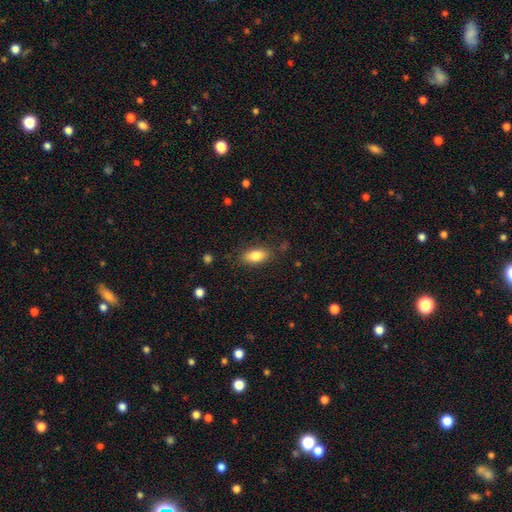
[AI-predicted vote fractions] Overall: smooth (82%). How rounded: in between (87%). Merging: none (83%).